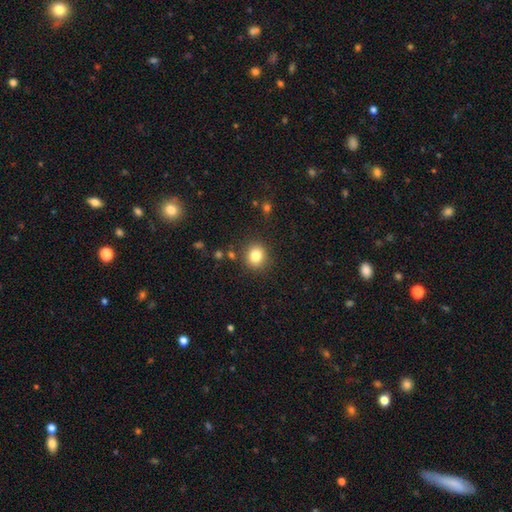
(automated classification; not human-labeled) A smooth galaxy with no disk features (82%) that is round (82%).

Vote fractions:
- Smooth or featured? smooth: 82% / star or artifact: 11% / featured or disk: 6%
- How rounded? round: 82% / in between: 17% / cigar-shaped: 1%
- Merging? none: 87% / minor disturbance: 8% / major disturbance: 3% / merger: 2%